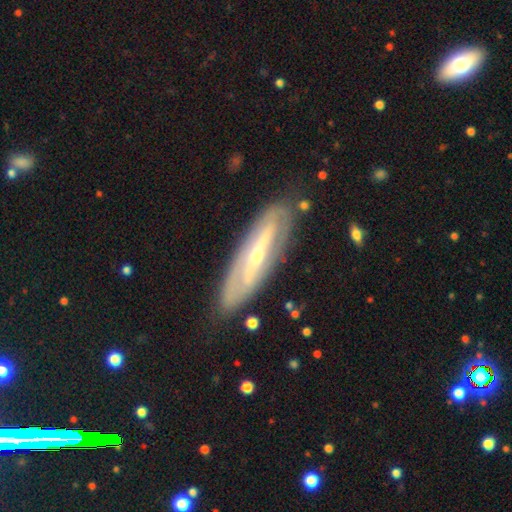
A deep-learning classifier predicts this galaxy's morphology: The model was most divided on "edge-on disk": no: 64%, yes: 36%. More confident: merging — none (82%); smooth or featured — featured or disk (75%).